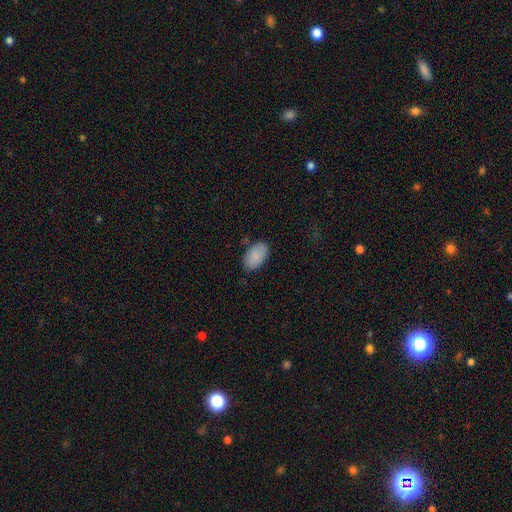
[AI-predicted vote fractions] Q: Smooth or featured?
A: smooth (87%); runner-up: featured or disk (7%)
Q: How rounded?
A: in between (94%); runner-up: round (5%)
Q: Merging?
A: none (79%); runner-up: minor disturbance (16%)